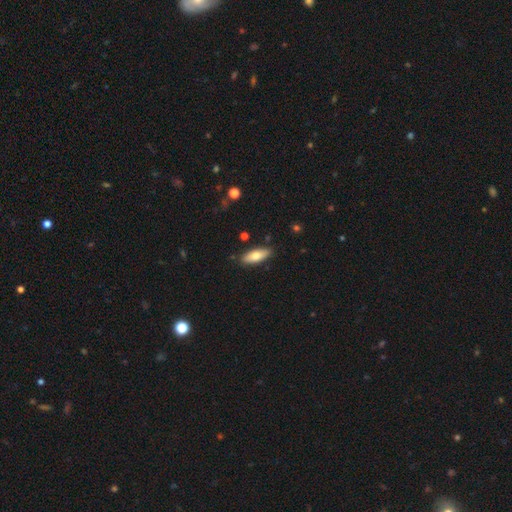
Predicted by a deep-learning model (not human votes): Overall: smooth (71%). How rounded: in between (71%). Merging: none (87%).